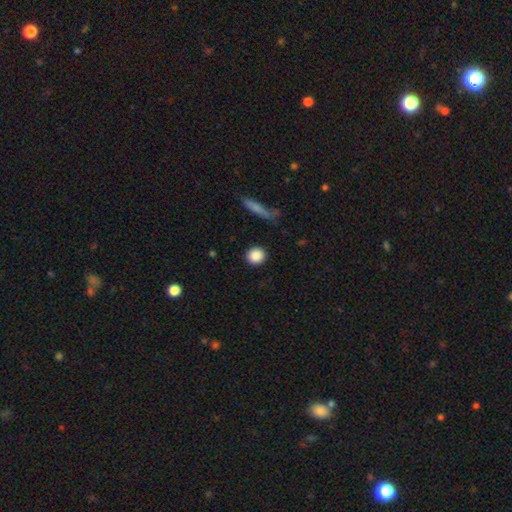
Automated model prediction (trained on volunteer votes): Q: Smooth or featured?
A: smooth (87%); runner-up: star or artifact (8%)
Q: How rounded?
A: round (88%); runner-up: in between (10%)
Q: Merging?
A: none (90%); runner-up: minor disturbance (6%)